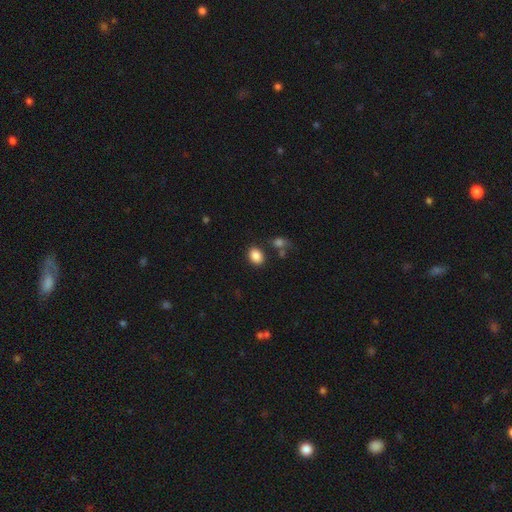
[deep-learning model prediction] Smooth or featured? Predicted: smooth (p=0.86). How rounded? Predicted: in between (p=0.59). Merging? Predicted: none (p=0.80).